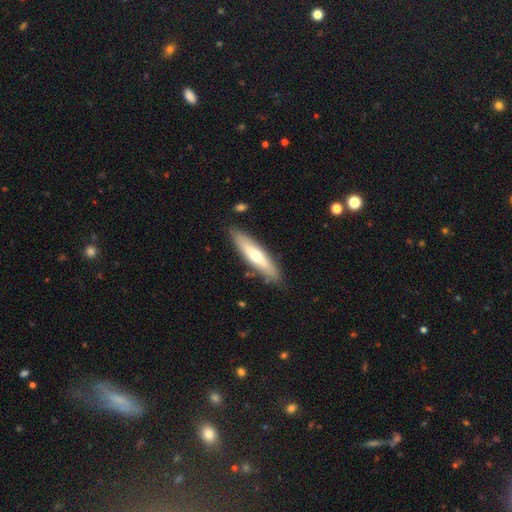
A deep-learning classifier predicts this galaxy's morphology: smooth_or_featured: smooth (p=0.53) [alt: featured or disk p=0.42]
how_rounded: cigar-shaped (p=0.78) [alt: in between p=0.20]
merging: none (p=0.85) [alt: minor disturbance p=0.11]